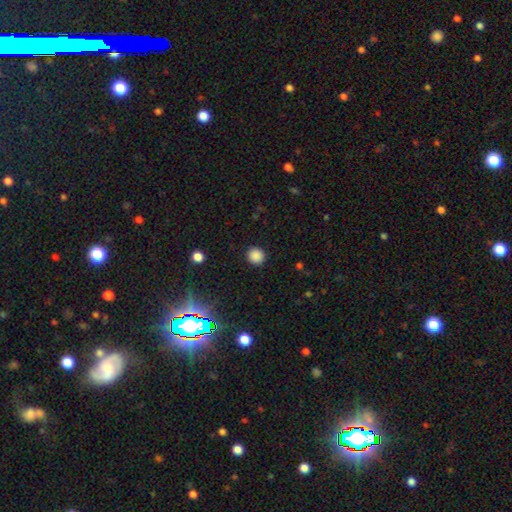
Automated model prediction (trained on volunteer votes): Smooth or featured? smooth (86%)
How rounded? round (91%)
Merging? none (91%)